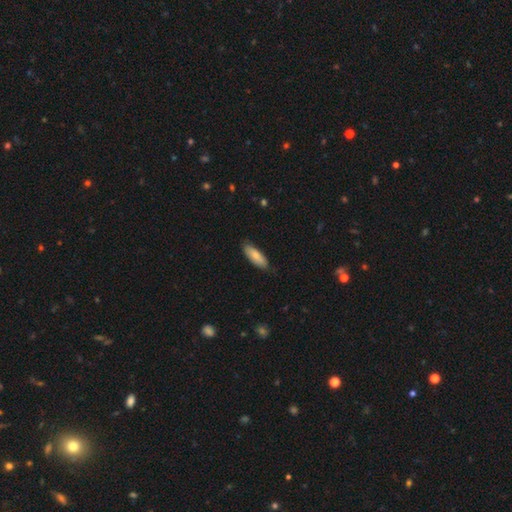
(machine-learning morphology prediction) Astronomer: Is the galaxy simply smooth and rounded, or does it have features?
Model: smooth — 78%.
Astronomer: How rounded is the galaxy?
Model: in between — 64%.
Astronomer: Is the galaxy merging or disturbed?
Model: none — 80%.